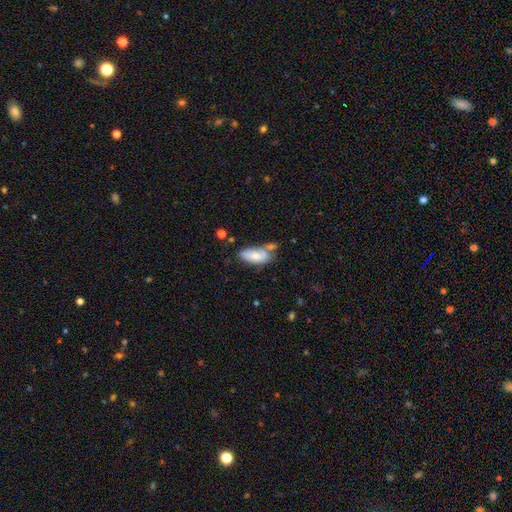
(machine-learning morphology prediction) Smooth or featured? Predicted: smooth (p=0.72). How rounded? Predicted: in between (p=0.86). Merging? Predicted: none (p=0.42).